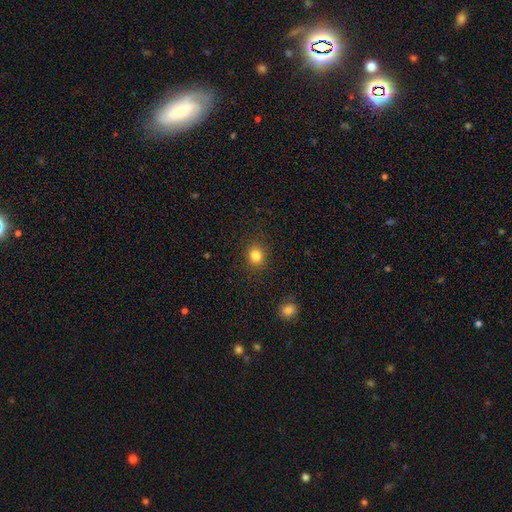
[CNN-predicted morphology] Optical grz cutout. It shows a smooth galaxy with no disk features (83%) that is round (78%). Merging: none (89%).